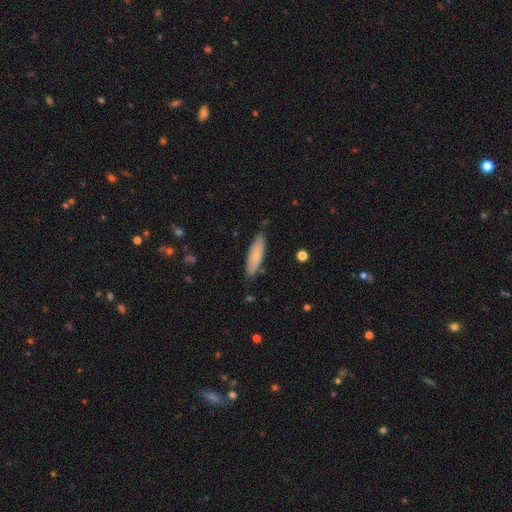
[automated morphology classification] Smooth or featured? smooth (72%)
How rounded? cigar-shaped (64%)
Merging? none (82%)